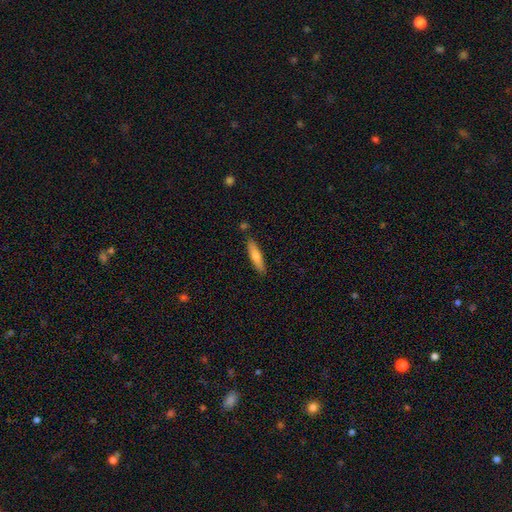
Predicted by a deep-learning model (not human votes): A smooth galaxy with no disk features (64%) that is cigar-shaped (80%). Merging: none (86%).